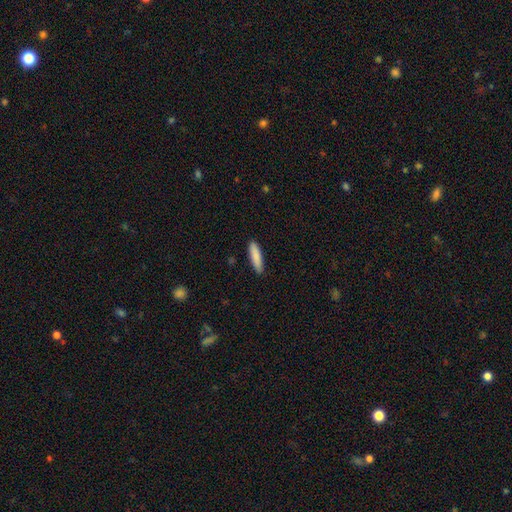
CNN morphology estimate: This appears to be a smooth galaxy with no disk features (87%) that is cigar-shaped (75%). Merging: none (89%).